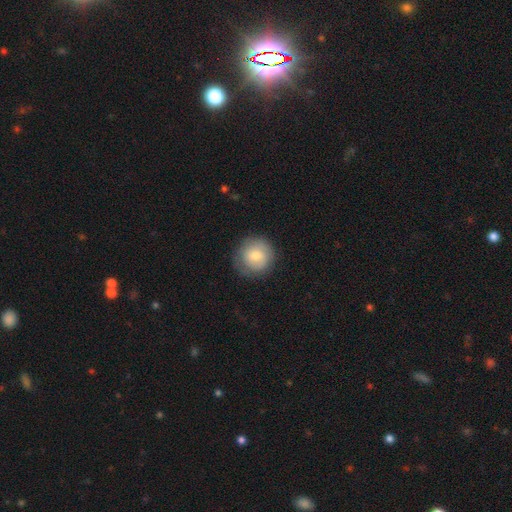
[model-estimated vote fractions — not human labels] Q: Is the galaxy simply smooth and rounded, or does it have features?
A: smooth — 73%.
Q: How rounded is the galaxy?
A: round — 92%.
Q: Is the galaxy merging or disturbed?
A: none — 79%.